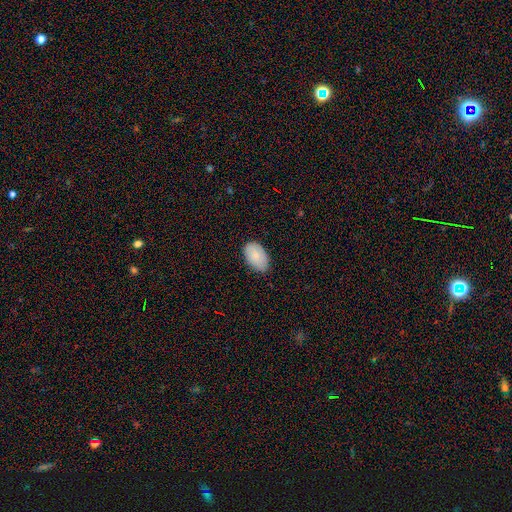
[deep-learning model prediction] smooth 86%, featured or disk 8%, star or artifact 6%. Down the decision tree: how rounded — in between (93%); merging — none (78%).